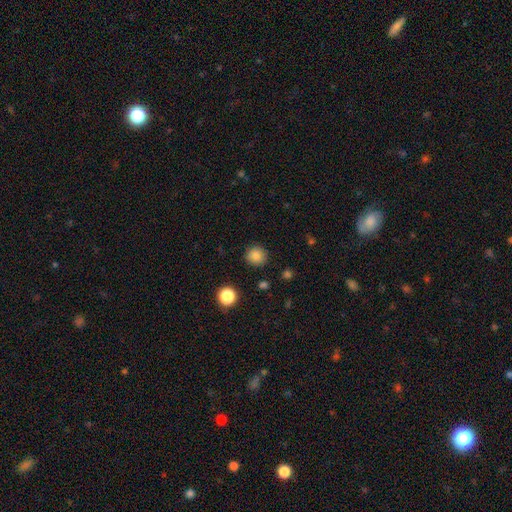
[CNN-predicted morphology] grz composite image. It shows a smooth galaxy with no disk features (85%) that is round (92%). Merging: none (89%).